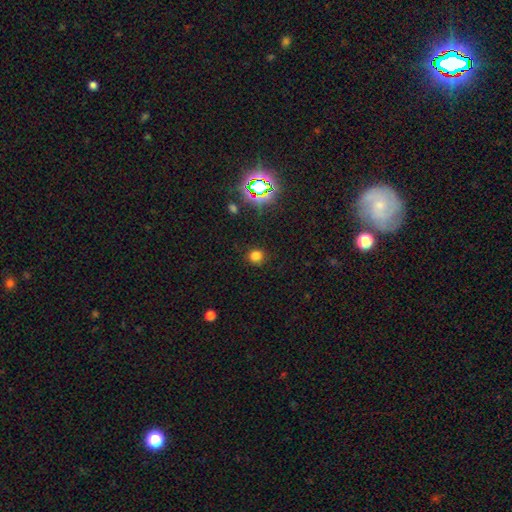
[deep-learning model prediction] smooth-or-featured: smooth: 75% | star or artifact: 21% | featured or disk: 5%
  how-rounded: round: 86% | in between: 13% | cigar-shaped: 1%
  merging: none: 86% | minor disturbance: 9% | major disturbance: 3% | merger: 2%